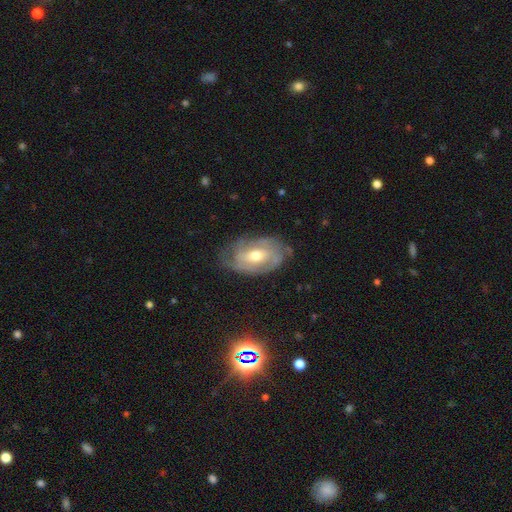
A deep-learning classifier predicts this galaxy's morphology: Smooth or featured?
  - featured or disk: 79% *
  - smooth: 15%
  - star or artifact: 6%
Edge-on disk?
  - no: 95% *
  - yes: 5%
Bar?
  - no: 46% *
  - weak: 40%
  - strong: 14%
Spiral arms?
  - yes: 89% *
  - no: 11%
Spiral winding?
  - tight: 57% *
  - medium: 33%
  - loose: 10%
Spiral arm count?
  - can't tell: 34% * (tied)
  - 2: 34% * (tied)
  - 3: 19%
  - 4: 5%
  - 1: 5%
  - more than 4: 4%
Bulge size?
  - moderate: 70% *
  - small: 22%
  - large: 6%
  - none: 1%
  - dominant: 1%
Merging?
  - none: 69% *
  - minor disturbance: 22%
  - major disturbance: 8%
  - merger: 1%